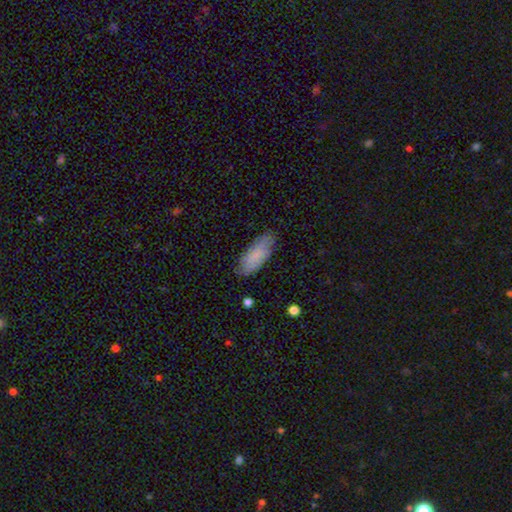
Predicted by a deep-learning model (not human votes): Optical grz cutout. It shows a smooth galaxy with no disk features (81%) that is in between round and cigar-shaped (76%). Merging: none (81%).